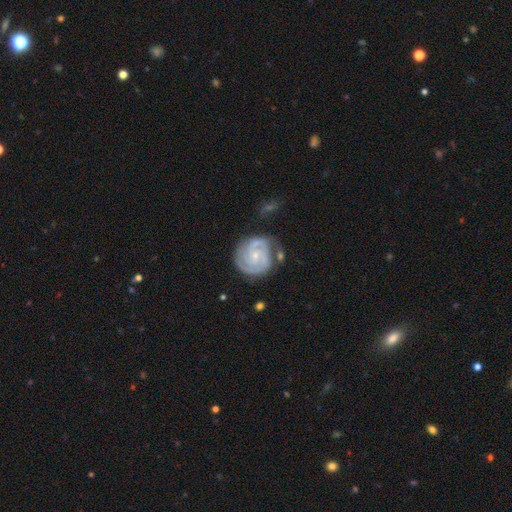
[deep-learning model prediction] Overall: featured or disk (87%). Edge-on disk: no (98%). Bar: no (60%; weak 33%). Spiral arms: yes (97%). Spiral arm count: 2 (55%; 3 25%). Spiral winding: tight (70%). Bulge size: small (73%). Merging: none (65%).